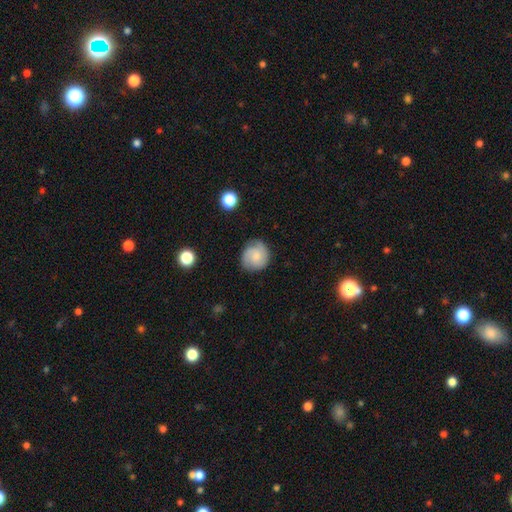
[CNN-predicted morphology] Q: Smooth or featured?
A: smooth (47%); runner-up: featured or disk (46%)
Q: Merging?
A: none (75%); runner-up: minor disturbance (19%)